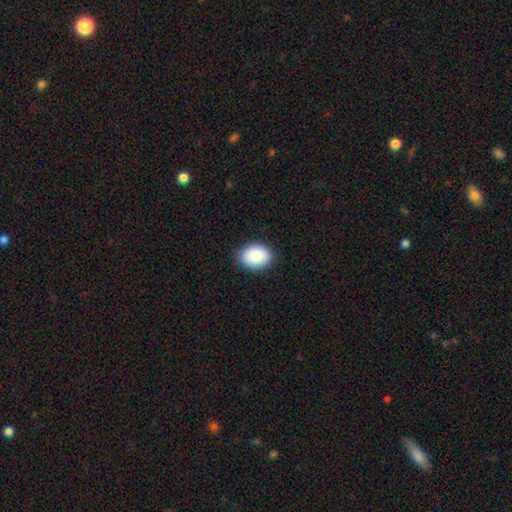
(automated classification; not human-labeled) Smooth or featured: smooth — 89% (star or artifact — 7%)
How rounded: in between — 68% (round — 31%)
Merging: none — 88% (minor disturbance — 10%)